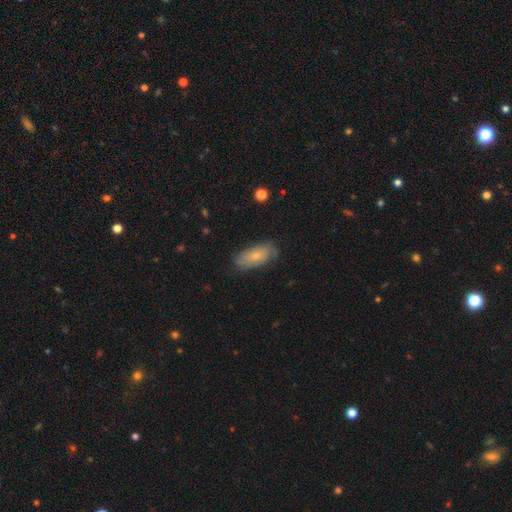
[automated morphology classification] The model was most divided on "smooth or featured": smooth: 54%, featured or disk: 38%, star or artifact: 7%. More confident: how rounded — in between (86%); merging — none (70%).